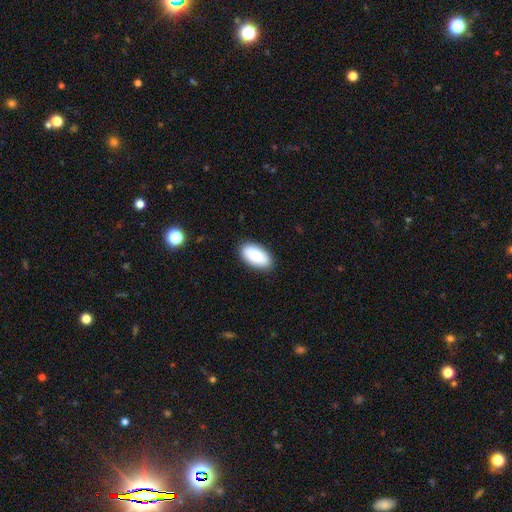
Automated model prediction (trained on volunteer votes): The model was most divided on "merging": none: 87%, minor disturbance: 10%, major disturbance: 2%, merger: 1%. More confident: how rounded — in between (95%); smooth or featured — smooth (87%).